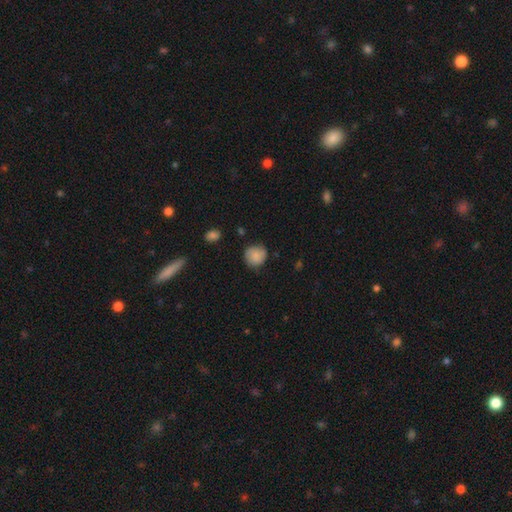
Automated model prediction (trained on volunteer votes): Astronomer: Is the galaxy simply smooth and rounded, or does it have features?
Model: smooth — 80%.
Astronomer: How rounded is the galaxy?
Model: round — 87%.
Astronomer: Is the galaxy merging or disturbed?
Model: none — 75%.